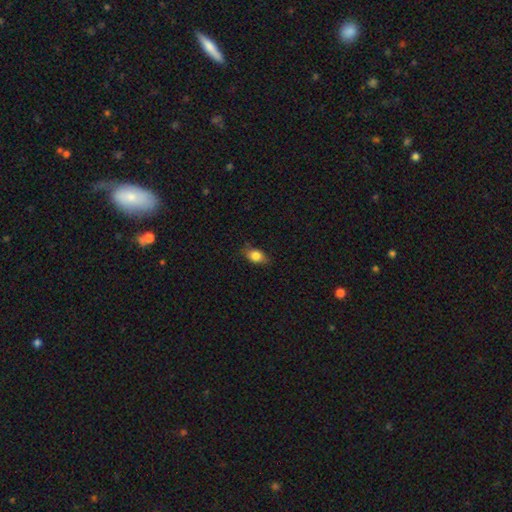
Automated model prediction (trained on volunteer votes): Morphology: type=smooth (82%); roundness=in between (77%); merging=none (76%).